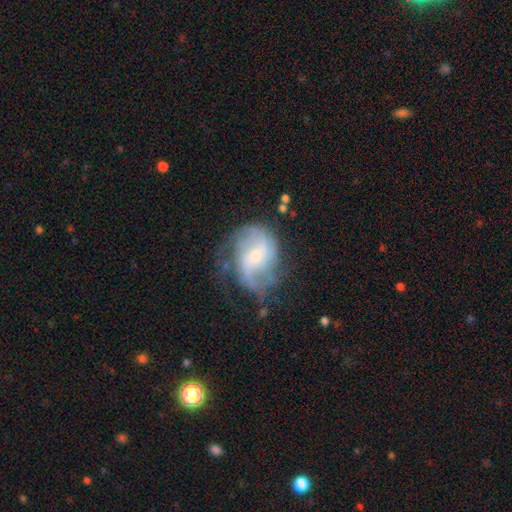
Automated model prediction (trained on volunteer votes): Q: Smooth or featured?
A: featured or disk (81%); runner-up: smooth (13%)
Q: Edge-on disk?
A: no (97%); runner-up: yes (3%)
Q: Bar?
A: weak (51%); runner-up: no (32%)
Q: Spiral arms?
A: yes (93%); runner-up: no (7%)
Q: Spiral winding?
A: medium (46%); runner-up: loose (28%)
Q: Spiral arm count?
A: 2 (54%); runner-up: can't tell (21%)
Q: Bulge size?
A: small (63%); runner-up: moderate (30%)
Q: Merging?
A: none (59%); runner-up: minor disturbance (22%)